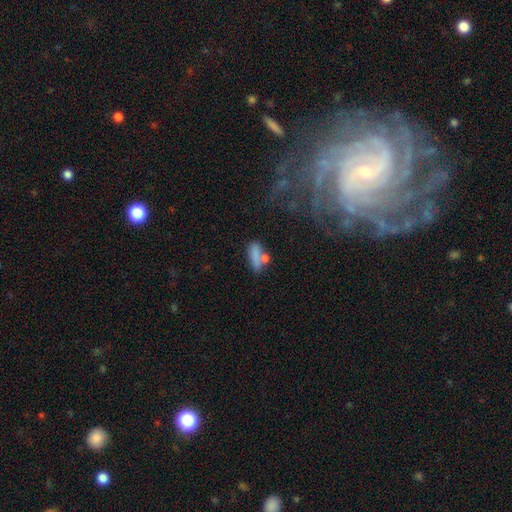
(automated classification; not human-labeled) smooth 77%, featured or disk 13%, star or artifact 10%. Down the decision tree: how rounded — in between (66%); merging — none (48%).